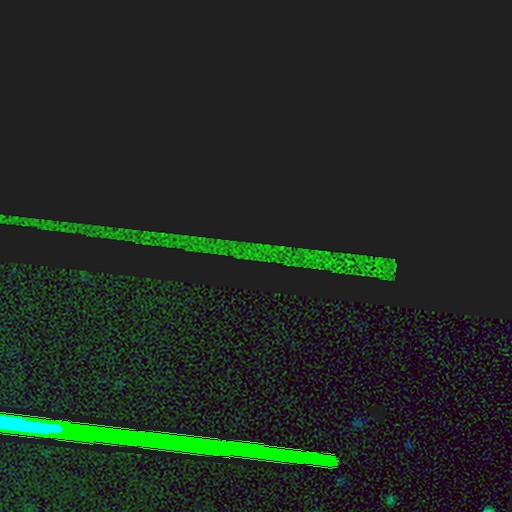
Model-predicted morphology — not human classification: A star or artifact, not a galaxy (87%).